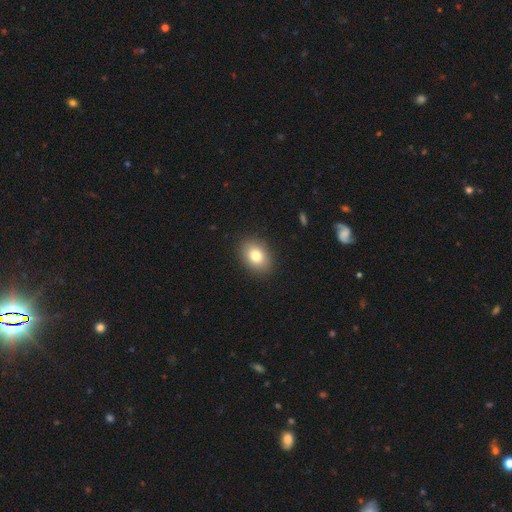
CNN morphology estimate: Smooth or featured: smooth — 81% (featured or disk — 10%)
How rounded: in between — 69% (round — 30%)
Merging: none — 89% (minor disturbance — 7%)